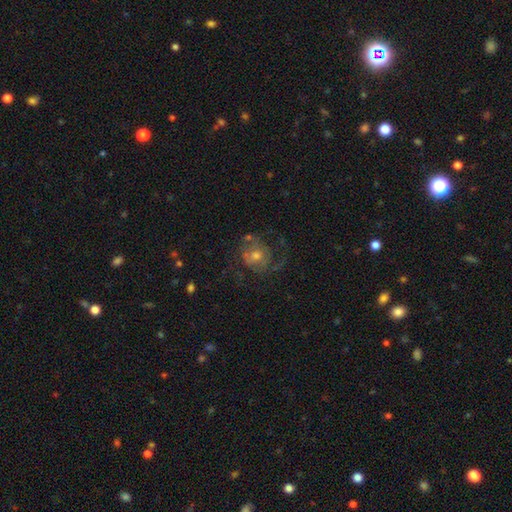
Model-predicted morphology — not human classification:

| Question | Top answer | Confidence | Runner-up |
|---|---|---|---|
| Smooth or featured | featured or disk | 65% | smooth (23%) |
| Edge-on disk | no | 97% | yes (3%) |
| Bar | no | 76% | weak (20%) |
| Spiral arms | yes | 74% | no (26%) |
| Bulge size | moderate | 58% | small (33%) |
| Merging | none | 53% | major disturbance (25%) |